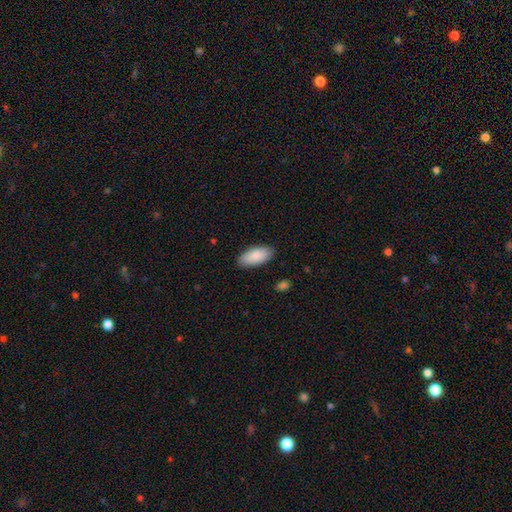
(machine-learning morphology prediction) smooth_or_featured: smooth (p=0.88) [alt: featured or disk p=0.06]
how_rounded: in between (p=0.91) [alt: cigar-shaped p=0.08]
merging: none (p=0.86) [alt: minor disturbance p=0.11]